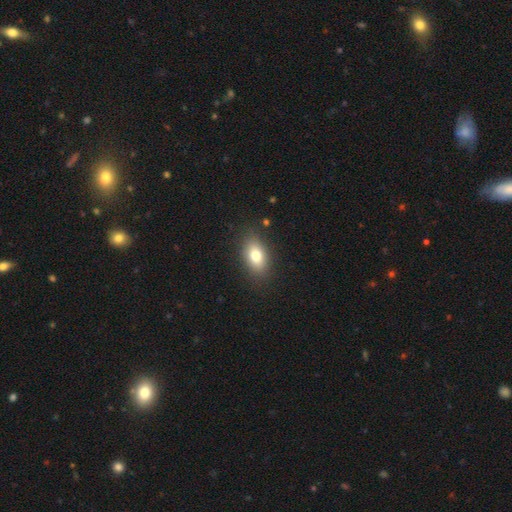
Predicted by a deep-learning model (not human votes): This is likely a smooth galaxy (77%). How rounded: clearly in between (85%). Merging: clearly none (85%).